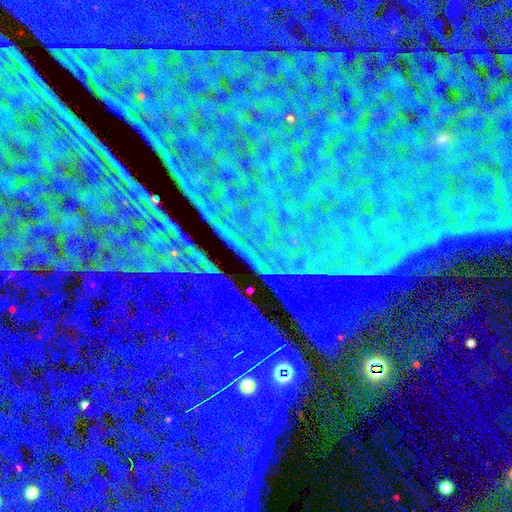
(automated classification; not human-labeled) star or artifact 89%, featured or disk 6%, smooth 5%.